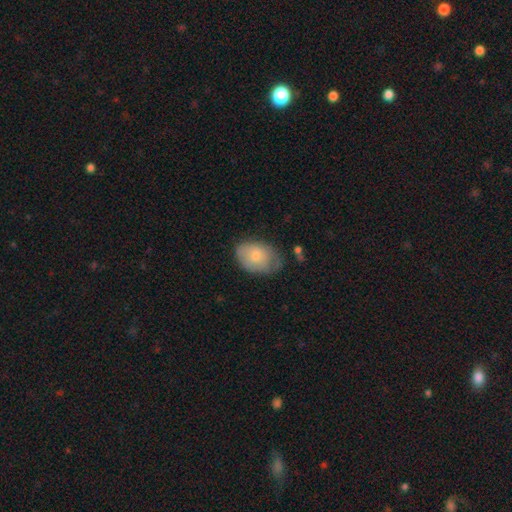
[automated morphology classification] smooth-or-featured: smooth: 72% | featured or disk: 22% | star or artifact: 6%
  how-rounded: in between: 82% | round: 17% | cigar-shaped: 1%
  merging: none: 55% | minor disturbance: 33% | major disturbance: 9% | merger: 2%